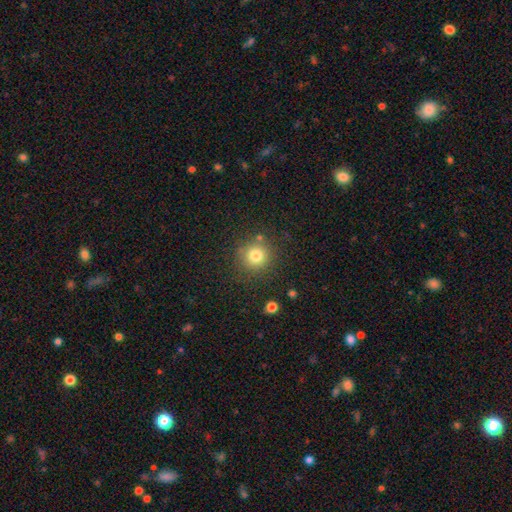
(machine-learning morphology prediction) Overall: smooth (79%). How rounded: round (93%). Merging: none (84%).